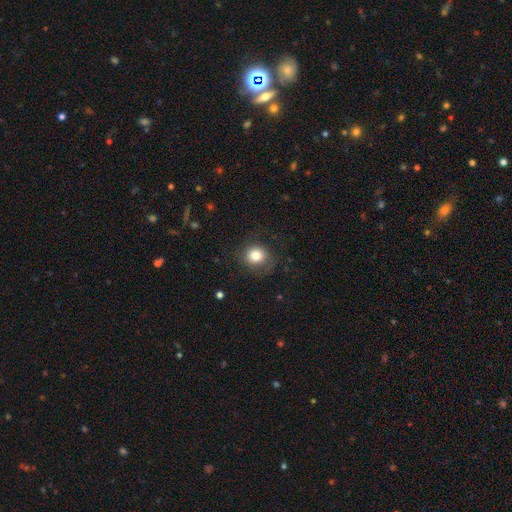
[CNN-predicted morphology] This appears to be a smooth galaxy with no disk features (81%) that is round (84%). Merging: none (77%).